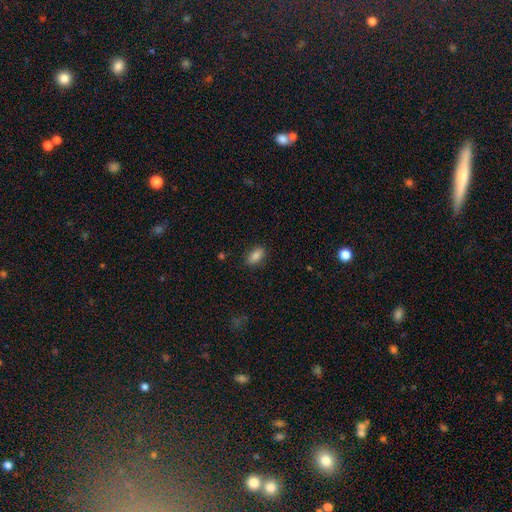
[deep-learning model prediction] This is clearly a smooth galaxy (86%). How rounded: clearly in between (90%). Merging: clearly none (87%).